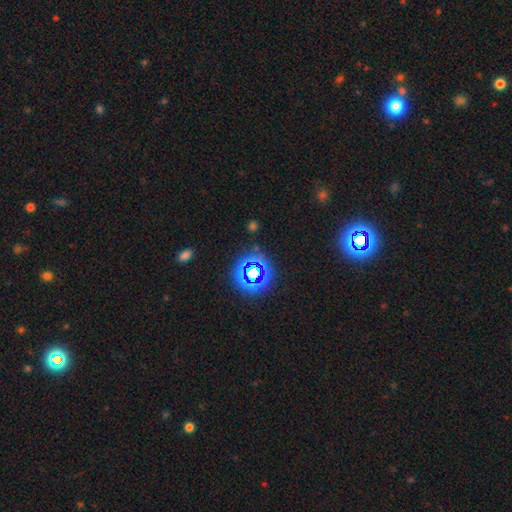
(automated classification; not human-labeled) Smooth or featured: smooth — 55% (star or artifact — 37%)
How rounded: round — 90% (in between — 8%)
Merging: none — 89% (minor disturbance — 6%)